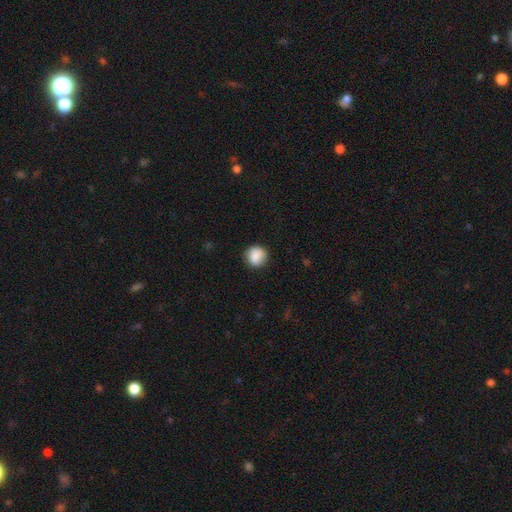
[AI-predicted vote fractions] This appears to be a smooth galaxy with no disk features (87%) that is round (89%). Merging: none (85%).